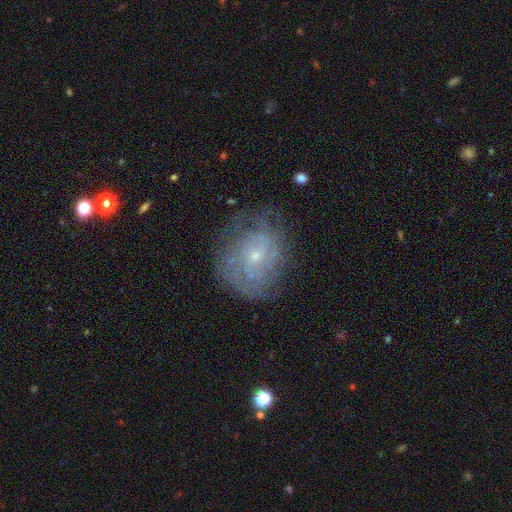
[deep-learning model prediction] Smooth or featured?
  - featured or disk: 71% *
  - smooth: 20%
  - star or artifact: 9%
Edge-on disk?
  - no: 97% *
  - yes: 3%
Bar?
  - no: 66% *
  - weak: 29%
  - strong: 5%
Spiral arms?
  - yes: 81% *
  - no: 19%
Spiral winding?
  - tight: 63% *
  - medium: 28%
  - loose: 10%
Spiral arm count?
  - can't tell: 56% *
  - 2: 16%
  - 3: 9%
  - 4: 8%
  - more than 4: 5%
  - 1: 5%
Bulge size?
  - small: 77% *
  - moderate: 18%
  - none: 2%
  - large: 1%
  - dominant: 1%
Merging?
  - none: 66% *
  - minor disturbance: 22%
  - major disturbance: 11%
  - merger: 1%